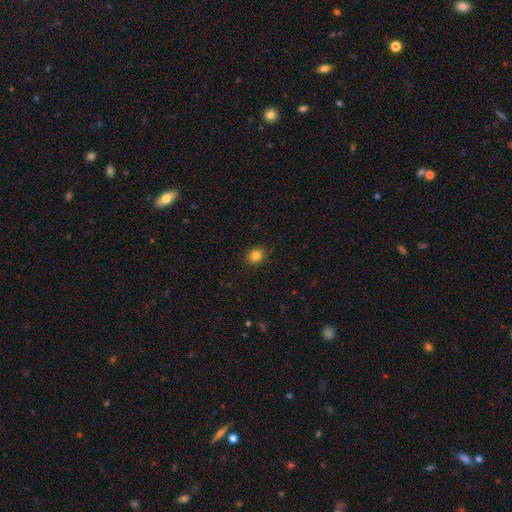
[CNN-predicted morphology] Smooth or featured: smooth — 82% (star or artifact — 11%)
How rounded: round — 65% (in between — 34%)
Merging: none — 88% (minor disturbance — 9%)